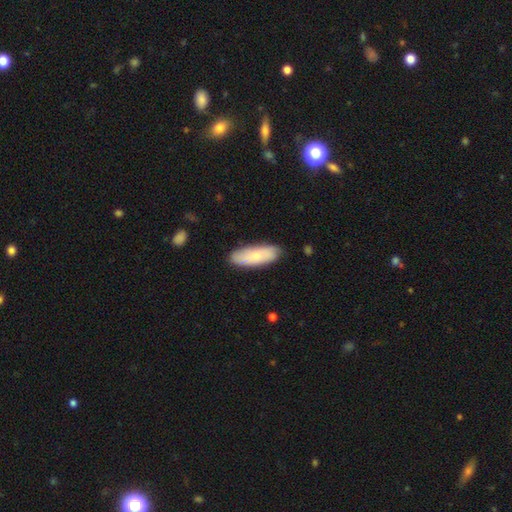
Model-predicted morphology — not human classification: smooth-or-featured: smooth: 70% | featured or disk: 24% | star or artifact: 6%
  how-rounded: in between: 66% | cigar-shaped: 32% | round: 2%
  merging: none: 84% | minor disturbance: 13% | major disturbance: 2% | merger: 1%